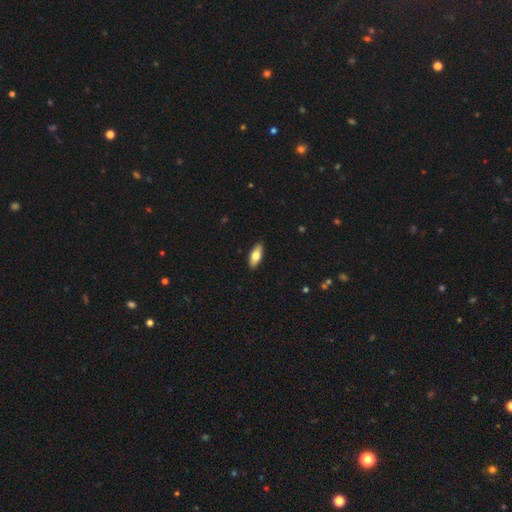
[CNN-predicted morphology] smooth_or_featured: smooth (p=0.73) [alt: featured or disk p=0.22]
how_rounded: in between (p=0.78) [alt: cigar-shaped p=0.20]
merging: none (p=0.90) [alt: minor disturbance p=0.07]